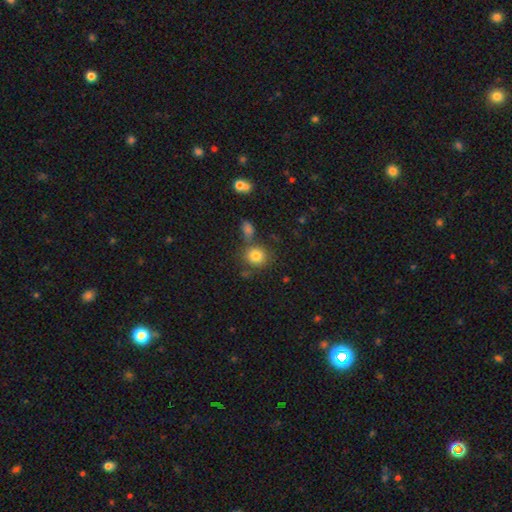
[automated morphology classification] Overall: smooth (81%). How rounded: round (81%). Merging: none (66%).